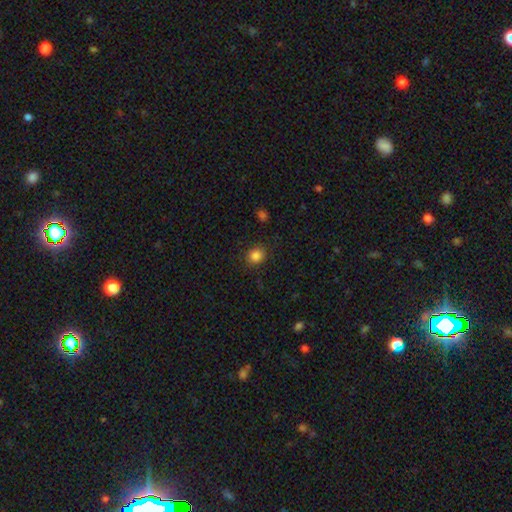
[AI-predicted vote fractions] smooth 84%, star or artifact 11%, featured or disk 5%. Down the decision tree: how rounded — round (78%); merging — none (87%).